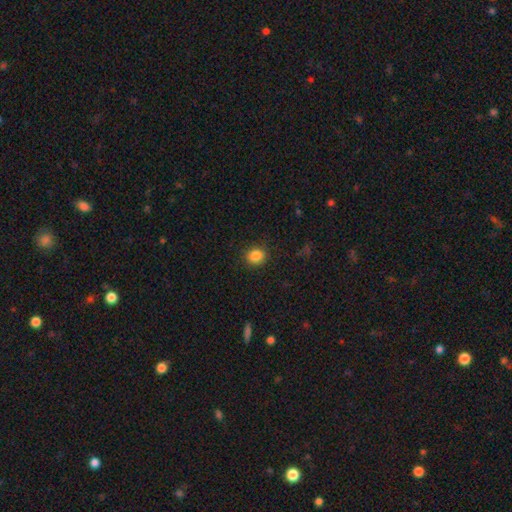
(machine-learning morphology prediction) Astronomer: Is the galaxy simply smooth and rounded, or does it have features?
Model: smooth — 86%.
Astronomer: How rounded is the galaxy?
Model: round — 82%.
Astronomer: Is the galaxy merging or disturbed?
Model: none — 90%.